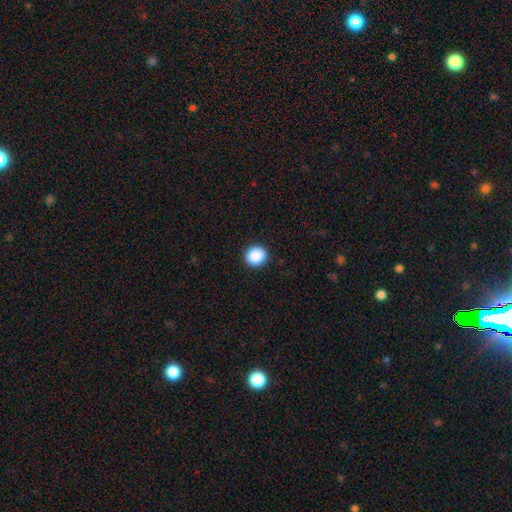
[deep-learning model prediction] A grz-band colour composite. It shows a smooth galaxy with no disk features (89%) that is round (86%). Merging: none (92%).